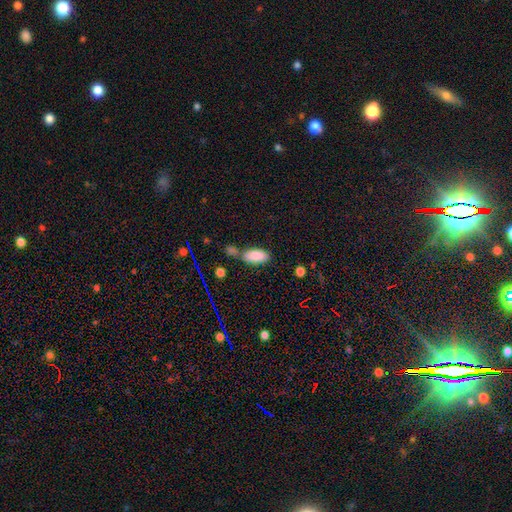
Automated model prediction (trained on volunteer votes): The model was most divided on "merging": none: 56%, merger: 23%, minor disturbance: 16%, major disturbance: 5%. More confident: how rounded — in between (88%); smooth or featured — smooth (86%).